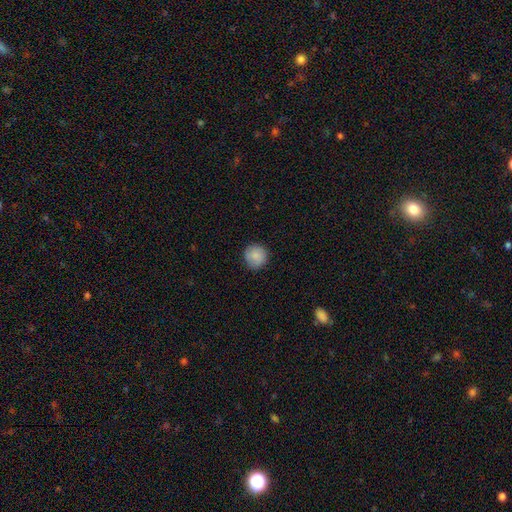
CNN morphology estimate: smooth-or-featured: smooth: 87% | star or artifact: 7% | featured or disk: 5%
  how-rounded: round: 94% | in between: 5% | cigar-shaped: 1%
  merging: none: 88% | minor disturbance: 9% | major disturbance: 2% | merger: 1%